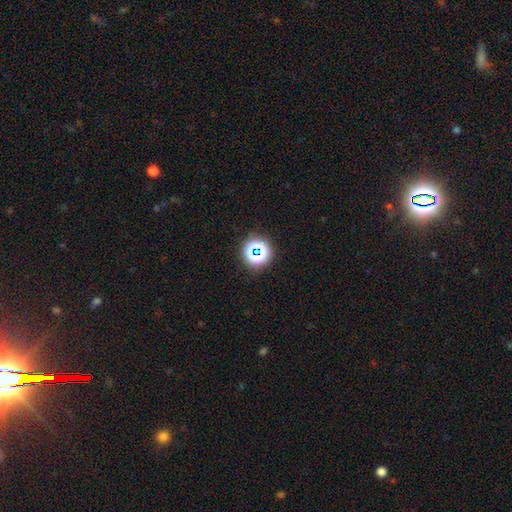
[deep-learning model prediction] smooth_or_featured: star or artifact (p=0.59) [alt: smooth p=0.31]